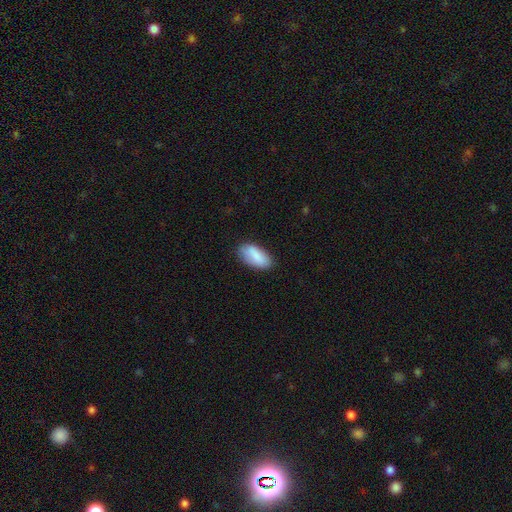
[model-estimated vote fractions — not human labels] Smooth or featured: smooth — 85% (featured or disk — 8%)
How rounded: in between — 91% (cigar-shaped — 6%)
Merging: none — 77% (minor disturbance — 18%)